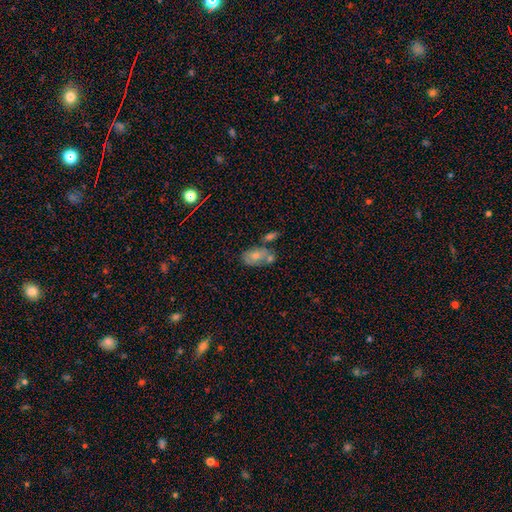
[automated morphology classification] Overall: smooth (65%; featured or disk 28%). How rounded: in between (89%). Merging: none (38%; merger 33%).